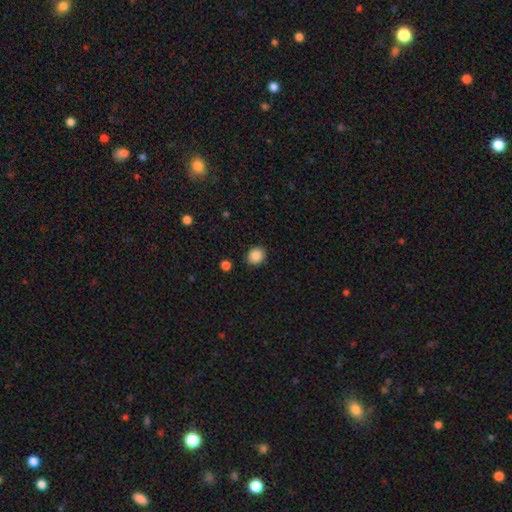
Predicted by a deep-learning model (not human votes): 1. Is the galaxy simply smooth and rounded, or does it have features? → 88% smooth, 9% star or artifact, 3% featured or disk.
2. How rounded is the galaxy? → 75% round, 24% in between, 1% cigar-shaped.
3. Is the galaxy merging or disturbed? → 87% none, 9% minor disturbance, 2% major disturbance, 2% merger.